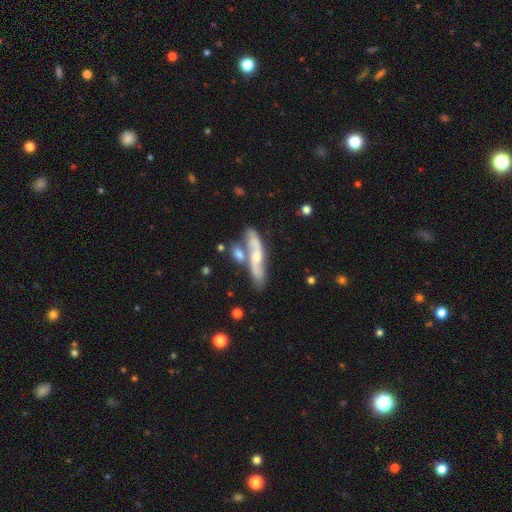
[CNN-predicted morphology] Q: Smooth or featured?
A: featured or disk (67%); runner-up: smooth (27%)
Q: Edge-on disk?
A: no (67%); runner-up: yes (33%)
Q: Merging?
A: none (48%); runner-up: merger (28%)